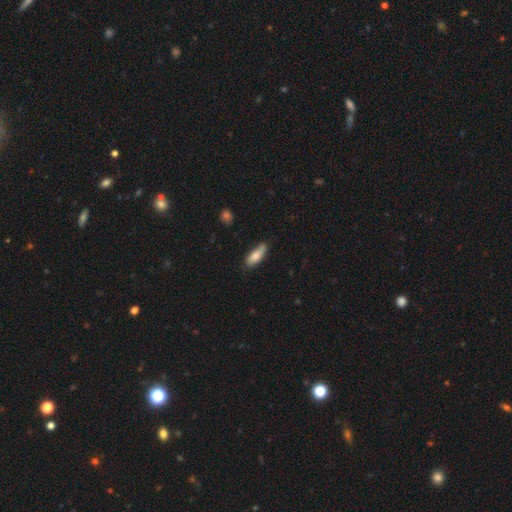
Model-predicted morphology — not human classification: Overall: smooth (81%). How rounded: in between (65%; cigar-shaped 33%). Merging: none (70%).